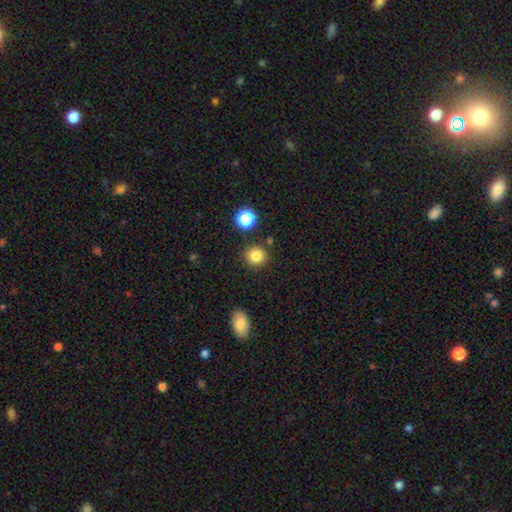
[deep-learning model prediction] Smooth or featured? smooth (82%)
How rounded? round (93%)
Merging? none (87%)